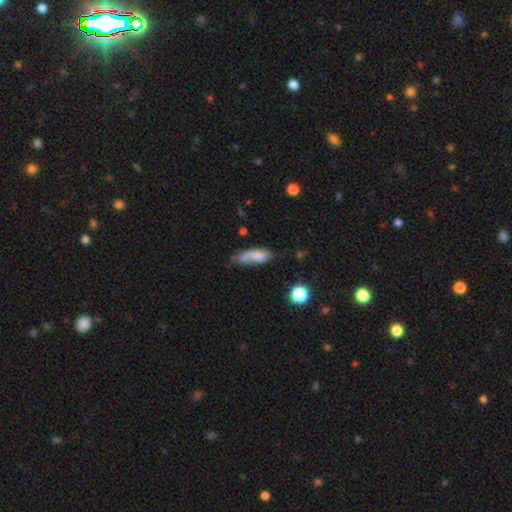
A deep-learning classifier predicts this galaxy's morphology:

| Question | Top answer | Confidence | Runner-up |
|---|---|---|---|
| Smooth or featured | smooth | 72% | featured or disk (19%) |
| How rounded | in between | 67% | cigar-shaped (30%) |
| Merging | none | 42% | minor disturbance (34%) |